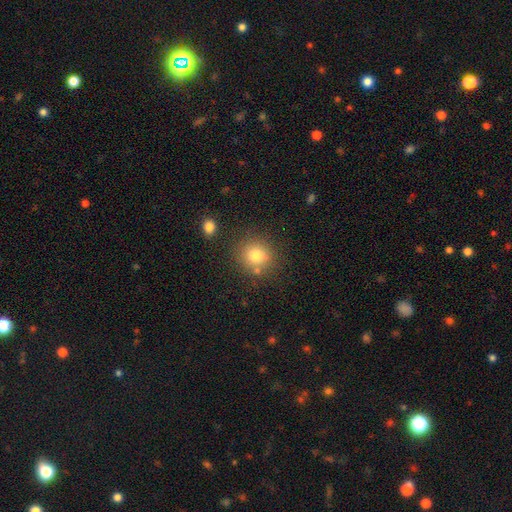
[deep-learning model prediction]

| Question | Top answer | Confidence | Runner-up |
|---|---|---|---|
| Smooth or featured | smooth | 78% | star or artifact (12%) |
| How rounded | round | 86% | in between (13%) |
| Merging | none | 77% | minor disturbance (12%) |